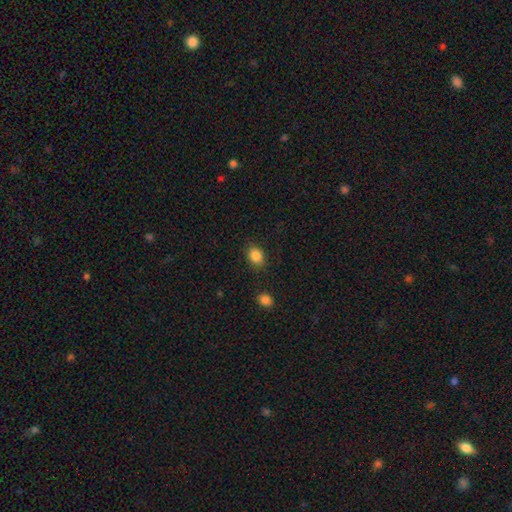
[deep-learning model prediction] A smooth galaxy with no disk features (86%) that is in between round and cigar-shaped (64%).

Vote fractions:
- Smooth or featured? smooth: 86% / star or artifact: 9% / featured or disk: 4%
- How rounded? in between: 64% / round: 35% / cigar-shaped: 1%
- Merging? none: 84% / minor disturbance: 11% / major disturbance: 3% / merger: 2%